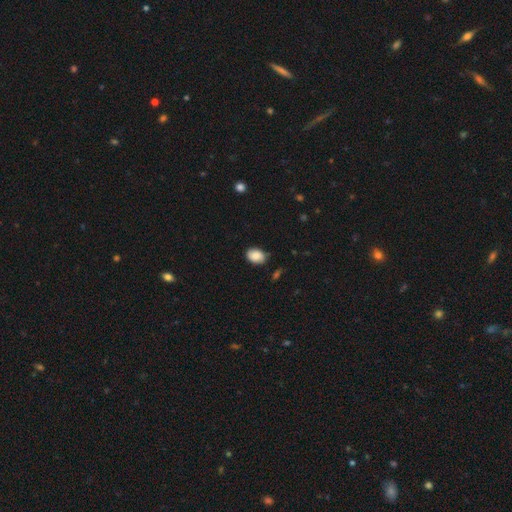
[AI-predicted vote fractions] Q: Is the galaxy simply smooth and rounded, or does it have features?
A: smooth — 87%.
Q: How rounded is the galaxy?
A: in between — 77%.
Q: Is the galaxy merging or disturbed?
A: none — 75%.